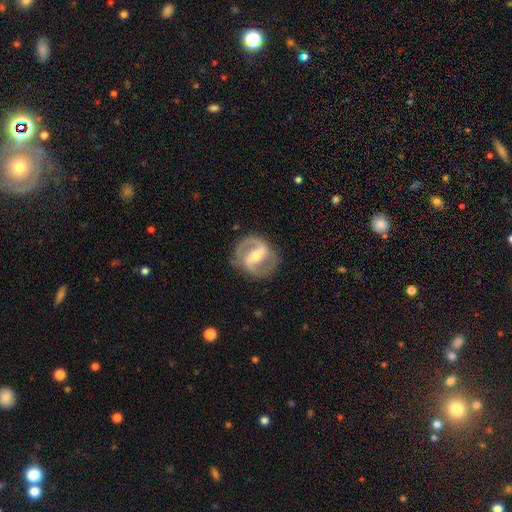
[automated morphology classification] Smooth or featured? Predicted: featured or disk (p=0.87). Edge-on disk? Predicted: no (p=0.97). Bar? Predicted: strong (p=0.56). Spiral arms? Predicted: yes (p=0.94). Spiral winding? Predicted: medium (p=0.56). Spiral arm count? Predicted: 2 (p=0.91). Bulge size? Predicted: moderate (p=0.54). Merging? Predicted: none (p=0.81).